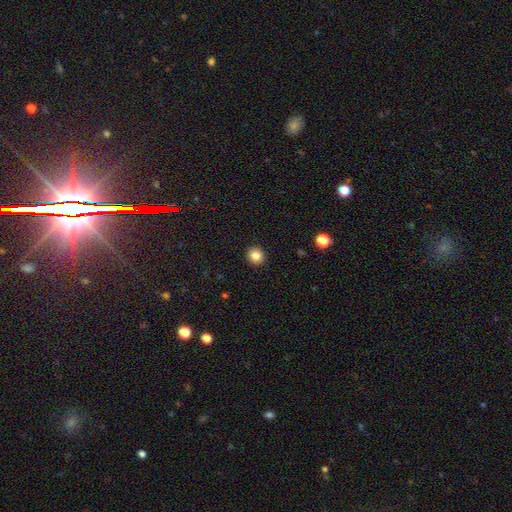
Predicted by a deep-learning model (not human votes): Morphology: type=smooth (84%); roundness=round (88%); merging=none (92%).